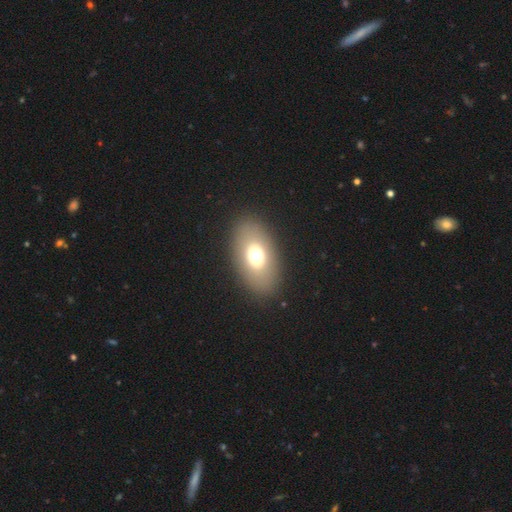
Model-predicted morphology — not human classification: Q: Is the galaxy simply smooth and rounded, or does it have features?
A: smooth — 64%.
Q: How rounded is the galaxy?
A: in between — 87%.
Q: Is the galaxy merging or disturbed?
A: none — 86%.